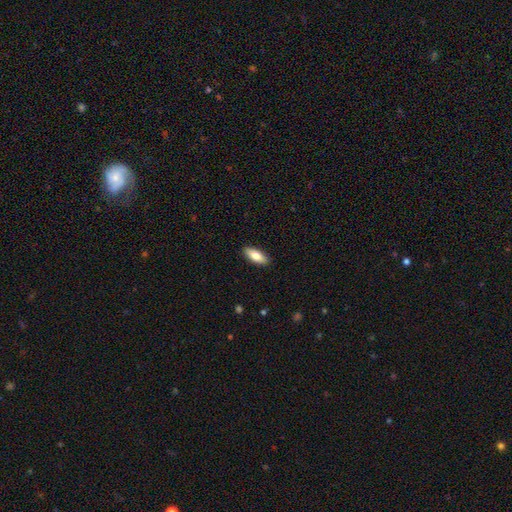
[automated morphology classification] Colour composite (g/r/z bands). It shows a smooth galaxy with no disk features (80%) that is in between round and cigar-shaped (77%). Merging: none (90%).